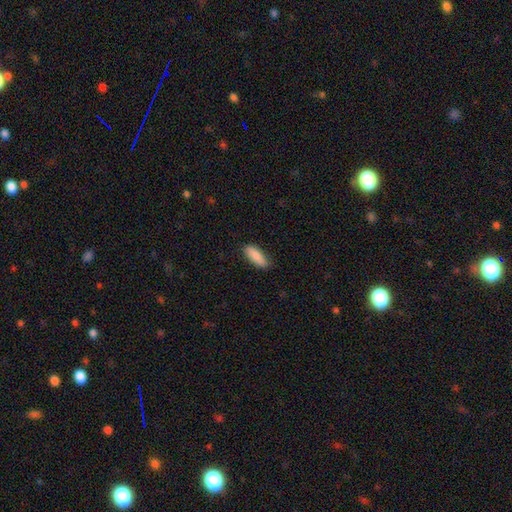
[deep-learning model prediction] smooth_or_featured: smooth (p=0.88) [alt: star or artifact p=0.06]
how_rounded: in between (p=0.59) [alt: cigar-shaped p=0.39]
merging: none (p=0.83) [alt: minor disturbance p=0.14]